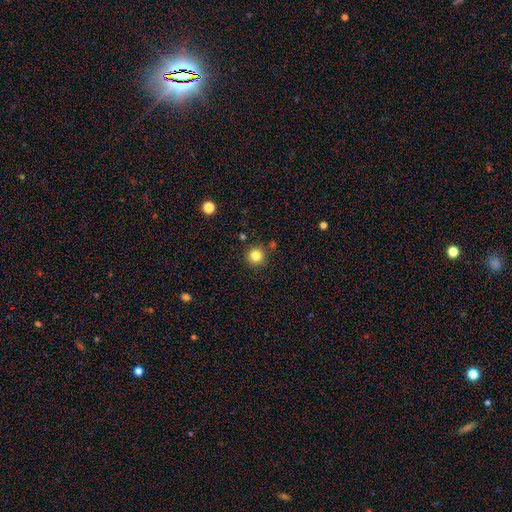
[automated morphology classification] A smooth galaxy with no disk features (83%) that is round (95%).

Vote fractions:
- Smooth or featured? smooth: 83% / star or artifact: 12% / featured or disk: 5%
- How rounded? round: 95% / in between: 4% / cigar-shaped: 1%
- Merging? none: 87% / minor disturbance: 7% / merger: 3% / major disturbance: 2%